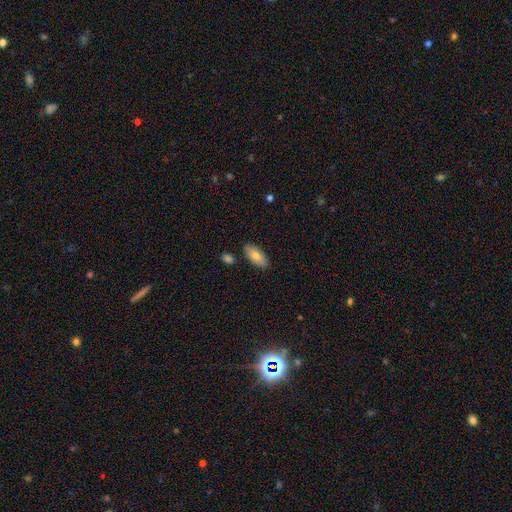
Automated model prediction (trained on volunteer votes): A smooth galaxy with no disk features (80%) that is in between round and cigar-shaped (89%). Merging: none (85%).